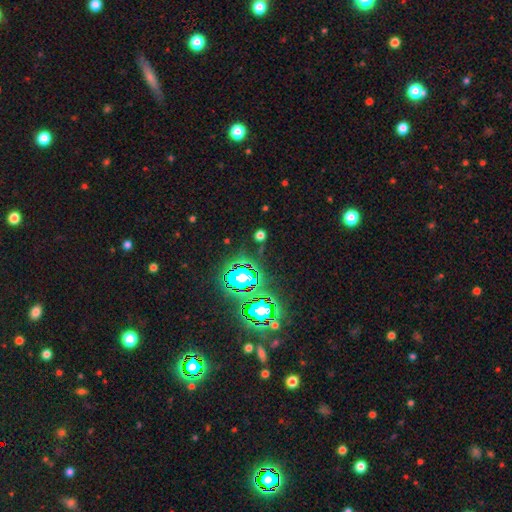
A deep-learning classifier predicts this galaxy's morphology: The model was most divided on "smooth or featured": star or artifact: 81%, smooth: 11%, featured or disk: 7%.